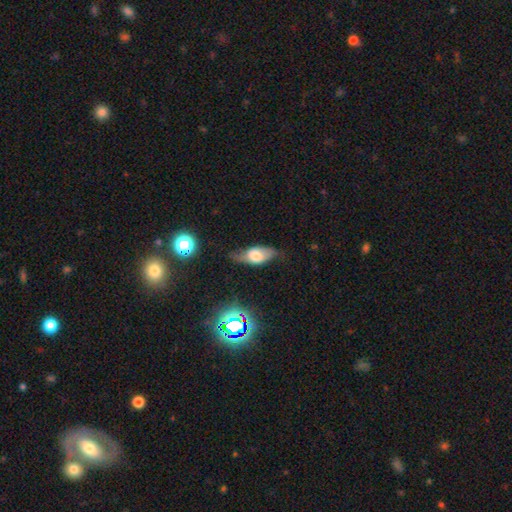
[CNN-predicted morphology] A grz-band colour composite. It shows a smooth galaxy with no disk features (51%) that is in between round and cigar-shaped (82%). Merging: none (59%).